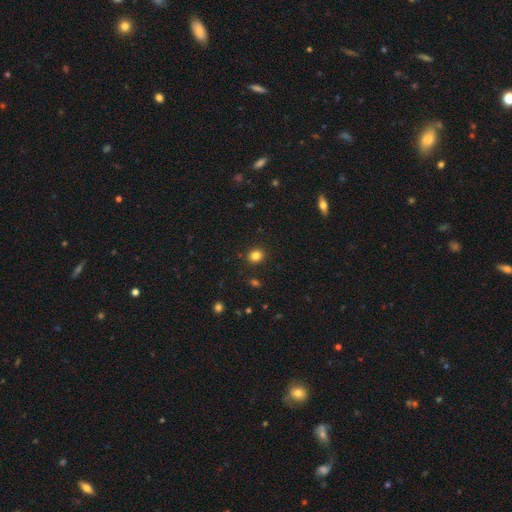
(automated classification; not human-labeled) Overall: smooth (82%). How rounded: round (64%; in between 35%). Merging: none (88%).